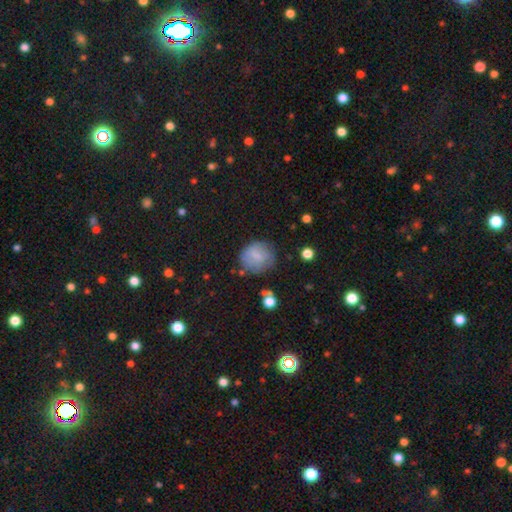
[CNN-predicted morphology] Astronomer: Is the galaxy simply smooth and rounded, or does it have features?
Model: smooth — 73%.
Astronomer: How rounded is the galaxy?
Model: round — 83%.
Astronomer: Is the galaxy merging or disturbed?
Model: none — 65%.